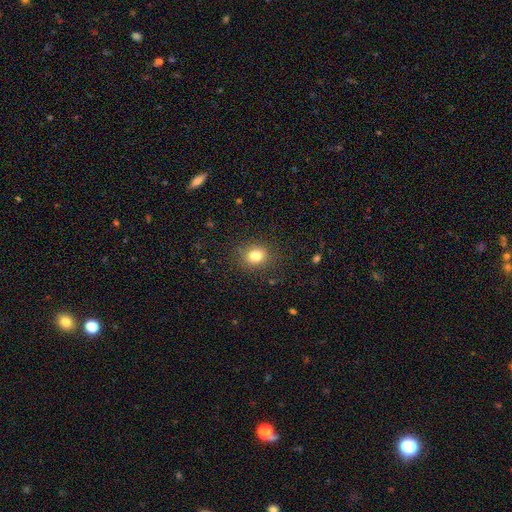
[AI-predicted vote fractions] Smooth or featured: smooth — 81% (star or artifact — 12%)
How rounded: round — 71% (in between — 28%)
Merging: none — 85% (minor disturbance — 10%)